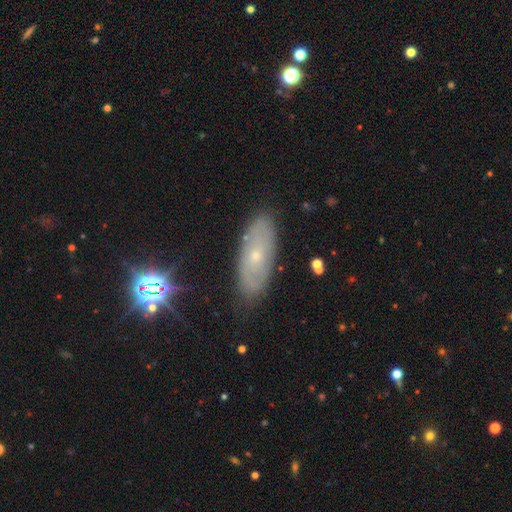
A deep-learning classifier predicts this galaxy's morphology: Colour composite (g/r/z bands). It shows a featured or disk galaxy (51%). Merging: none (82%).